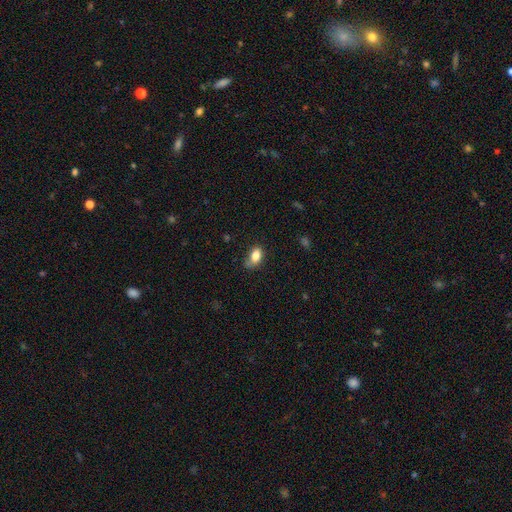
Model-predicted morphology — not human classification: Smooth or featured: smooth — 82% (featured or disk — 9%)
How rounded: in between — 87% (round — 11%)
Merging: none — 56% (minor disturbance — 32%)